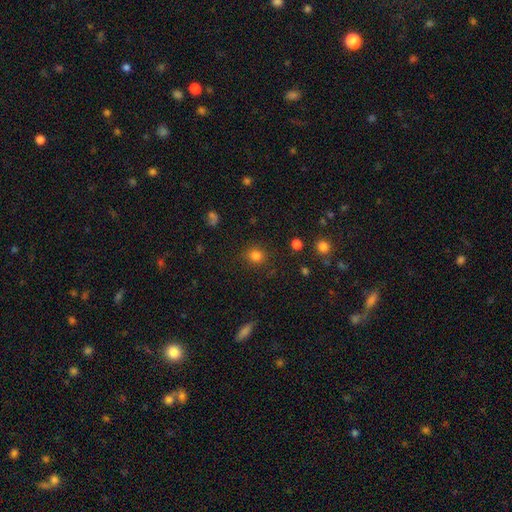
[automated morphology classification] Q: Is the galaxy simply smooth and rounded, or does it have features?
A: smooth — 81%.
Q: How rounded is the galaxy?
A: round — 86%.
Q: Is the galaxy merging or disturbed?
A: none — 86%.